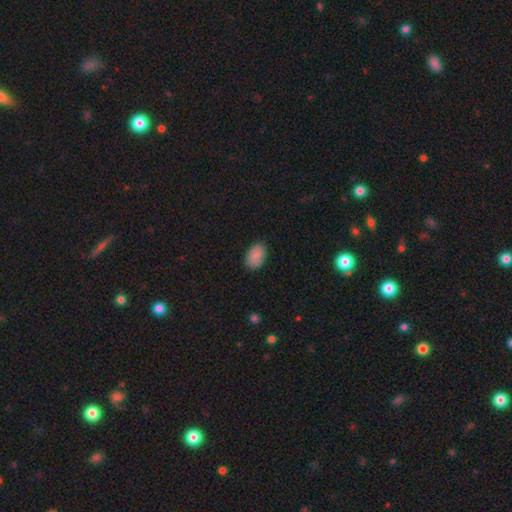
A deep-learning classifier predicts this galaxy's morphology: Smooth or featured: smooth — 86% (star or artifact — 7%)
How rounded: in between — 89% (round — 10%)
Merging: none — 85% (minor disturbance — 12%)